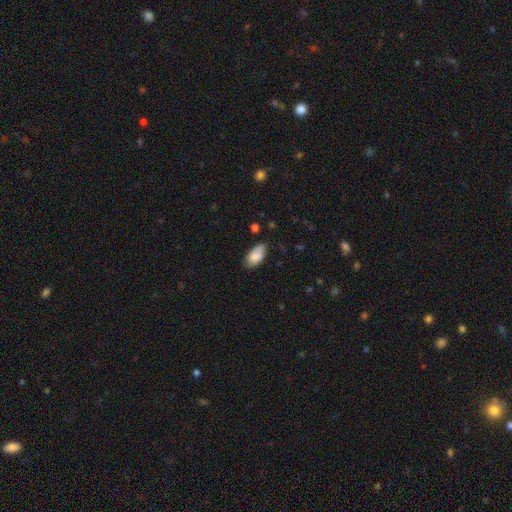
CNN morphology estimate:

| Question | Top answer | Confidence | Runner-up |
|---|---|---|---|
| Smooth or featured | smooth | 82% | featured or disk (11%) |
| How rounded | in between | 93% | cigar-shaped (4%) |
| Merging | none | 65% | minor disturbance (28%) |